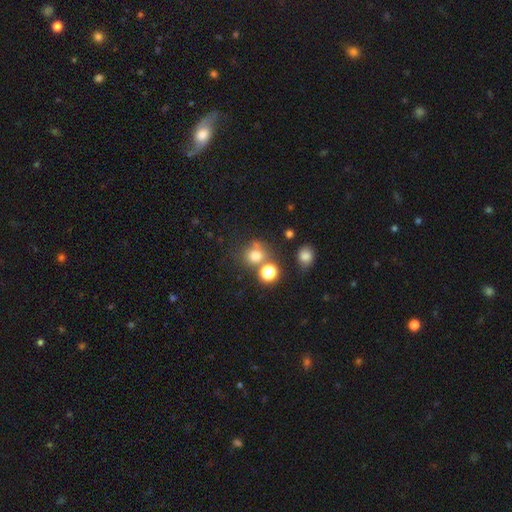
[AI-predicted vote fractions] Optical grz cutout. It shows a smooth galaxy with no disk features (71%) that is round (82%). Merging: none (60%).